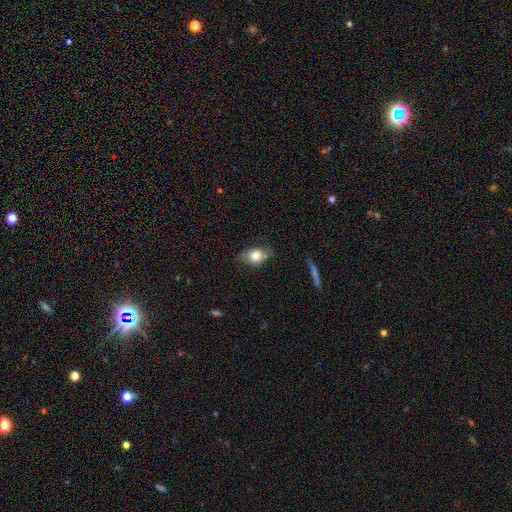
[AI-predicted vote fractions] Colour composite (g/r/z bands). It shows a smooth galaxy with no disk features (75%) that is in between round and cigar-shaped (69%). Merging: none (64%).